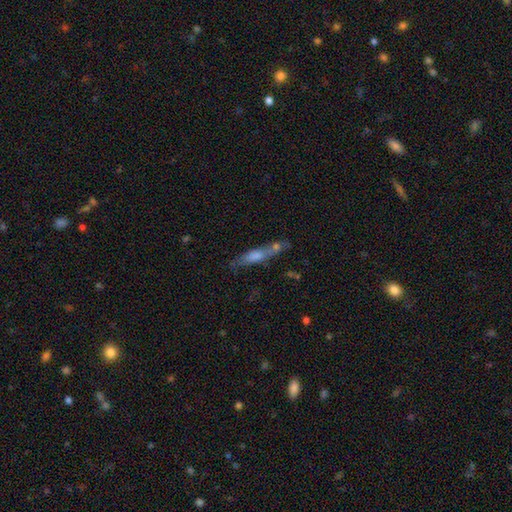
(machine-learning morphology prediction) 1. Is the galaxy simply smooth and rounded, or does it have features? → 45% featured or disk, 44% smooth, 11% star or artifact.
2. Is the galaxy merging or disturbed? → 54% none, 20% merger, 18% minor disturbance, 8% major disturbance.